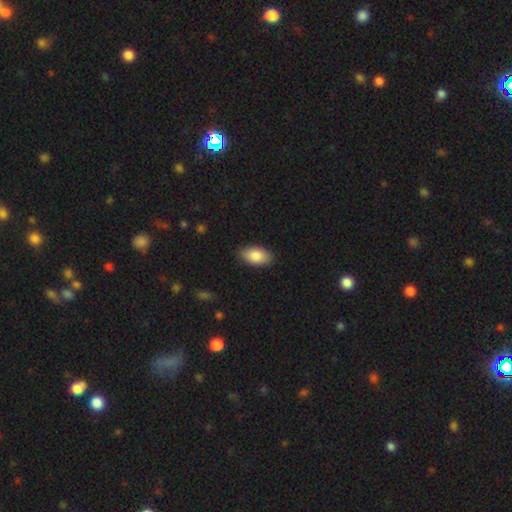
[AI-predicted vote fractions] smooth_or_featured: smooth (p=0.86) [alt: featured or disk p=0.07]
how_rounded: in between (p=0.95) [alt: round p=0.04]
merging: none (p=0.87) [alt: minor disturbance p=0.10]